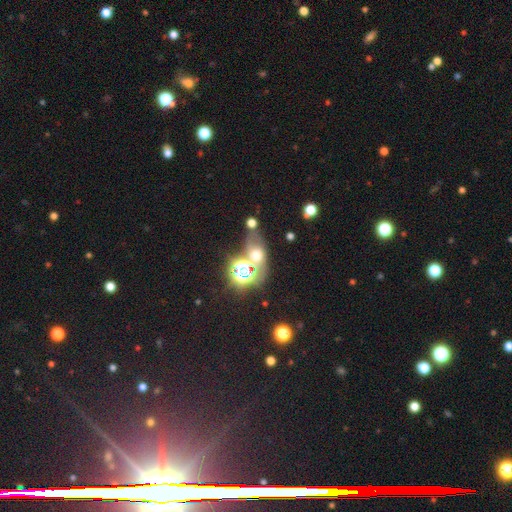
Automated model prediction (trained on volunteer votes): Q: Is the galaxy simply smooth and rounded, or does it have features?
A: smooth — 44%.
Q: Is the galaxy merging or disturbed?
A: none — 44%.